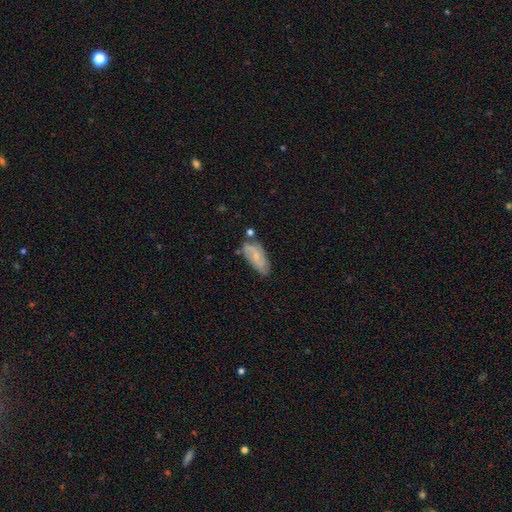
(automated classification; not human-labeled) Morphology: type=featured or disk (50%); merging=none (55%).